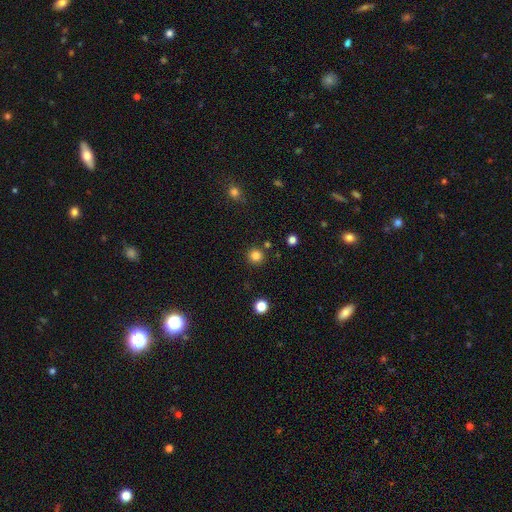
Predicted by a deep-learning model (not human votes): smooth_or_featured: smooth (p=0.83) [alt: star or artifact p=0.13]
how_rounded: round (p=0.94) [alt: in between p=0.05]
merging: none (p=0.88) [alt: minor disturbance p=0.06]